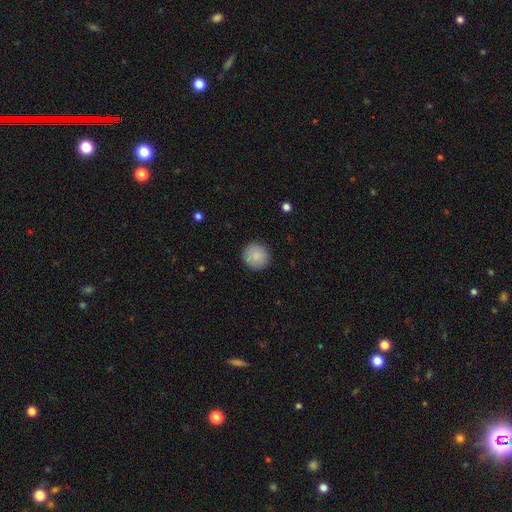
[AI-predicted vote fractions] Smooth or featured? smooth (89%)
How rounded? round (95%)
Merging? none (91%)